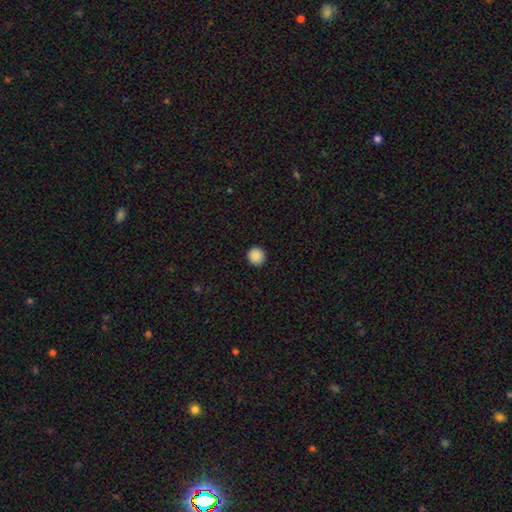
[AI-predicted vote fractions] The model was most divided on "smooth or featured": smooth: 89%, star or artifact: 9%, featured or disk: 3%. More confident: how rounded — round (94%); merging — none (92%).